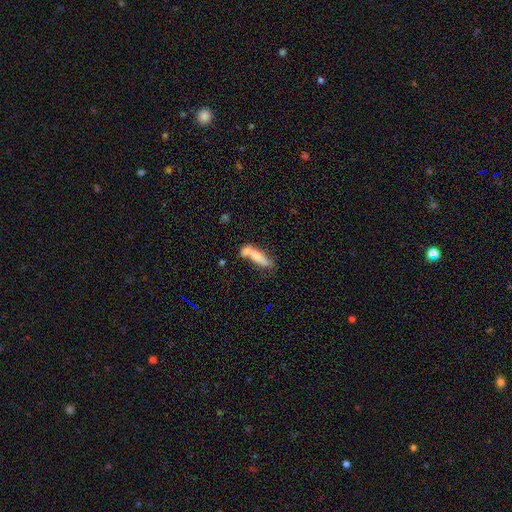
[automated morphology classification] This appears to be a smooth galaxy with no disk features (64%) that is cigar-shaped (67%). Merging: none (39%).